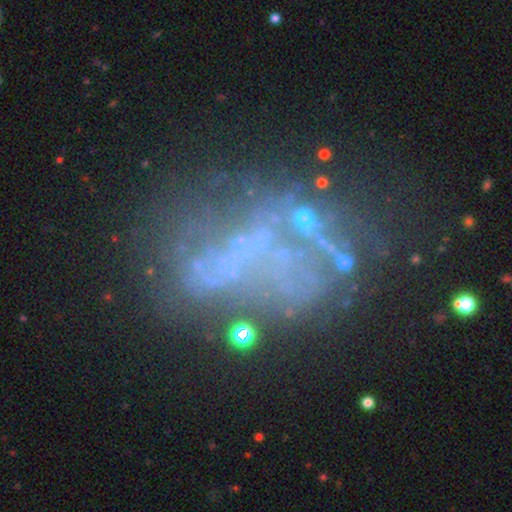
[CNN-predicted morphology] This appears to be a featured or disk galaxy (55%) with no bar (90%), no spiral arms (92%) and no central bulge (84%). Merging: none (41%).